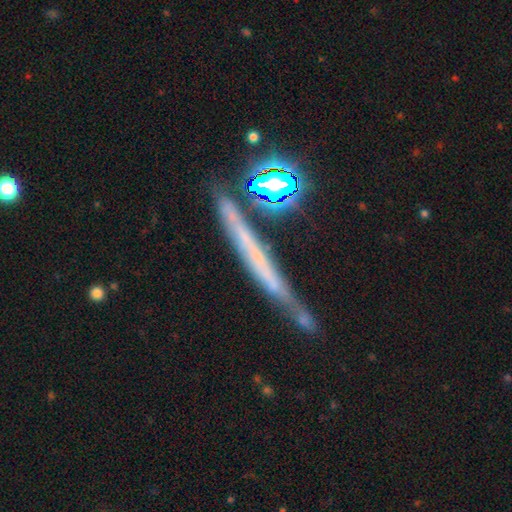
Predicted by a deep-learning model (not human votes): smooth-or-featured: featured or disk: 50% | smooth: 30% | star or artifact: 20%
  merging: none: 66% | minor disturbance: 18% | merger: 9% | major disturbance: 7%